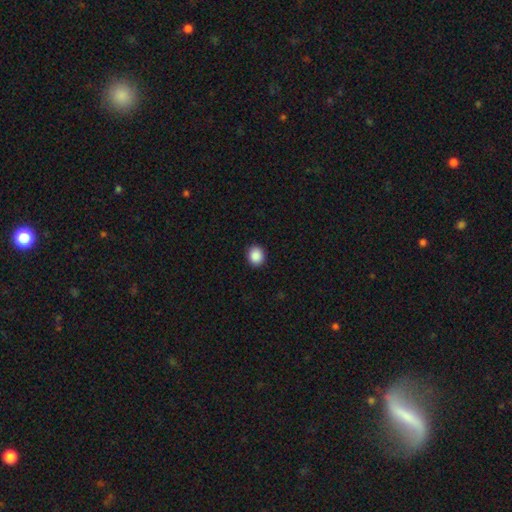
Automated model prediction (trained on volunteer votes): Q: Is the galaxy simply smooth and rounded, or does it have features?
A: smooth — 89%.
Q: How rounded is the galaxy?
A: round — 77%.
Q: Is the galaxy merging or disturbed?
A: none — 92%.